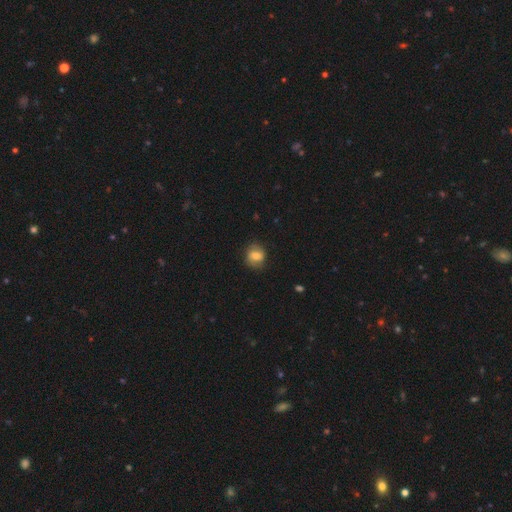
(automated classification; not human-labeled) A smooth galaxy with no disk features (66%) that is round (66%). Merging: none (77%).